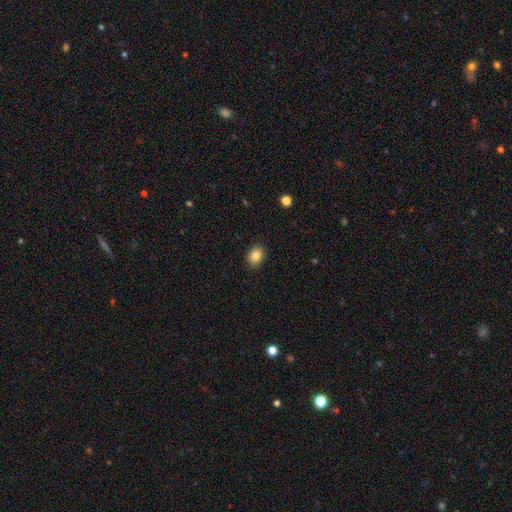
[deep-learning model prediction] The model was most divided on "how rounded": in between: 65%, round: 34%, cigar-shaped: 1%. More confident: merging — none (89%); smooth or featured — smooth (85%).